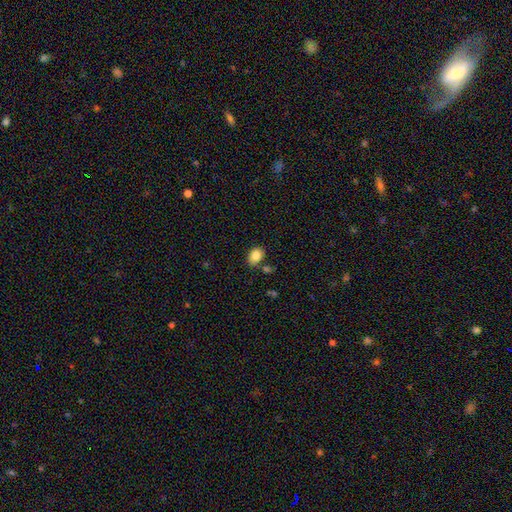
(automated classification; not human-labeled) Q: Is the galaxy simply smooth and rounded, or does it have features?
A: smooth — 85%.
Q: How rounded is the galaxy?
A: in between — 76%.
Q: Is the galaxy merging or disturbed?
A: none — 75%.